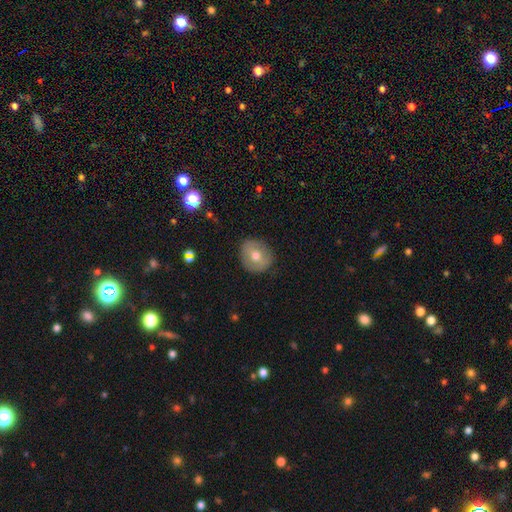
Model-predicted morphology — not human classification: A smooth galaxy with no disk features (60%) that is round (79%). Merging: none (86%).